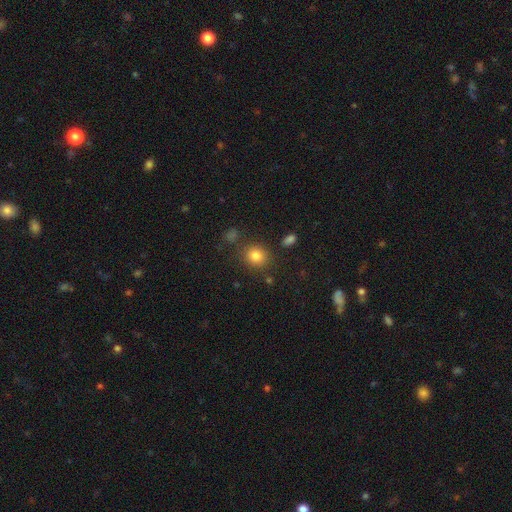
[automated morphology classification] smooth 82%, star or artifact 11%, featured or disk 6%. Down the decision tree: how rounded — round (78%); merging — none (82%).